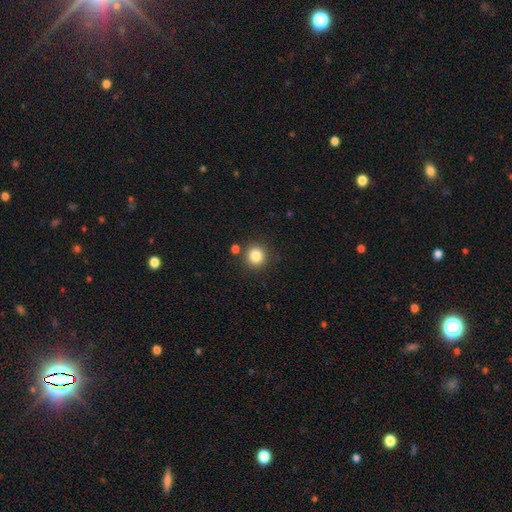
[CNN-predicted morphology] smooth_or_featured: smooth (p=0.84) [alt: star or artifact p=0.11]
how_rounded: round (p=0.91) [alt: in between p=0.09]
merging: none (p=0.83) [alt: minor disturbance p=0.08]